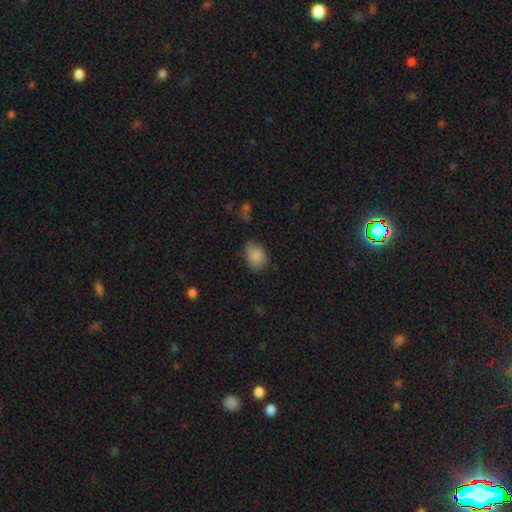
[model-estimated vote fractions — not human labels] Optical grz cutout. It shows a smooth galaxy with no disk features (86%) that is in between round and cigar-shaped (69%). Merging: none (70%).